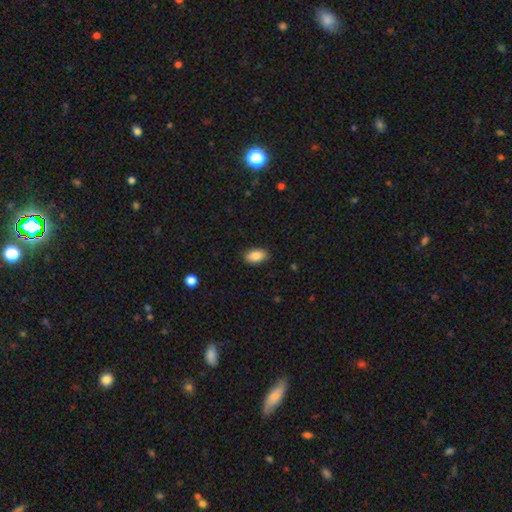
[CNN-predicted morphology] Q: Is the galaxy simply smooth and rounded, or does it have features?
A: smooth — 88%.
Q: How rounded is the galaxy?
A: in between — 93%.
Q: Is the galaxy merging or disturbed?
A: none — 87%.